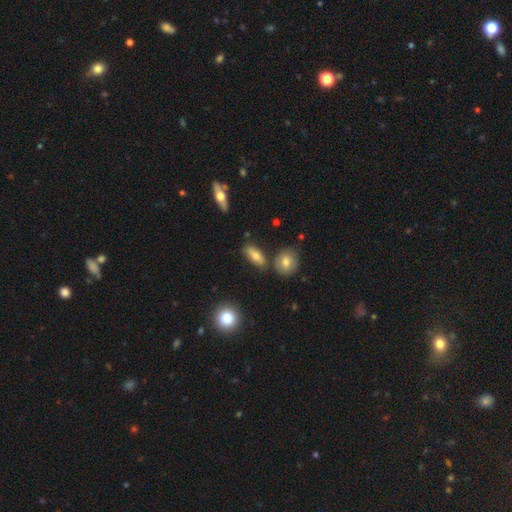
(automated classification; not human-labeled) The model was most divided on "smooth or featured": smooth: 70%, featured or disk: 21%, star or artifact: 9%. More confident: merging — none (77%); how rounded — in between (73%).